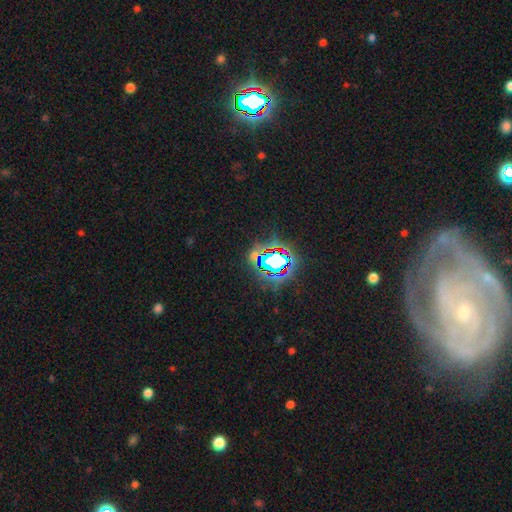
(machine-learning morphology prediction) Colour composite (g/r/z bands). It shows a star or artifact, not a galaxy (72%).